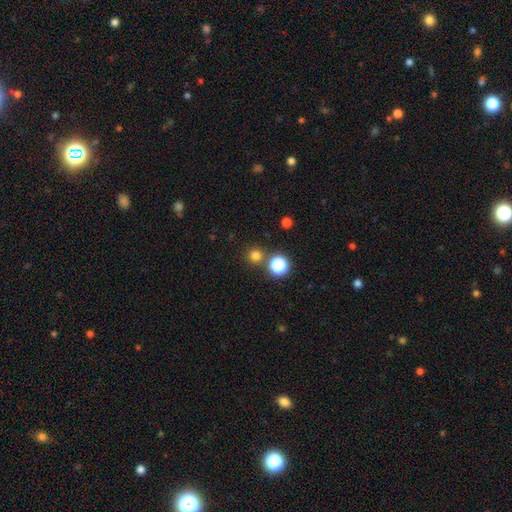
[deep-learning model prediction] A smooth galaxy with no disk features (76%) that is round (95%).

Vote fractions:
- Smooth or featured? smooth: 76% / star or artifact: 19% / featured or disk: 5%
- How rounded? round: 95% / in between: 4% / cigar-shaped: 1%
- Merging? none: 80% / merger: 11% / minor disturbance: 6% / major disturbance: 3%